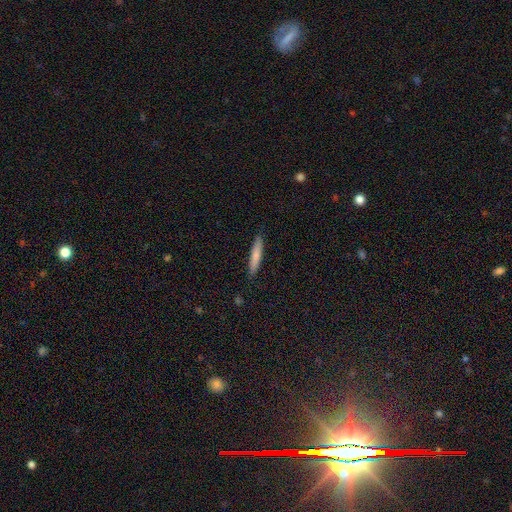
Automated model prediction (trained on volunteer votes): A smooth galaxy with no disk features (77%) that is cigar-shaped (90%). Merging: none (89%).